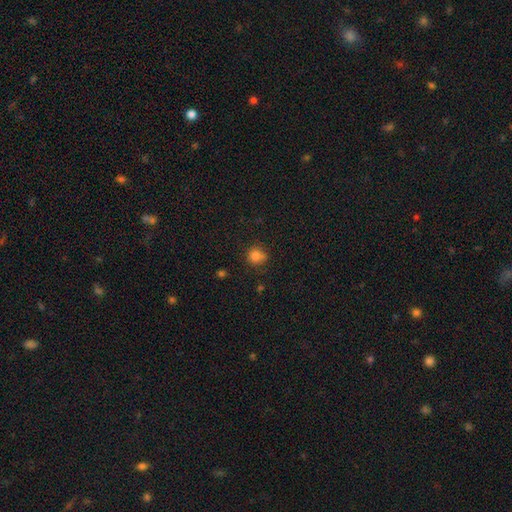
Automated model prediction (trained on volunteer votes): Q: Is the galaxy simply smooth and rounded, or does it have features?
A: smooth — 82%.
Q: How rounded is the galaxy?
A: round — 84%.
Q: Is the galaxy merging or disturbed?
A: none — 69%.